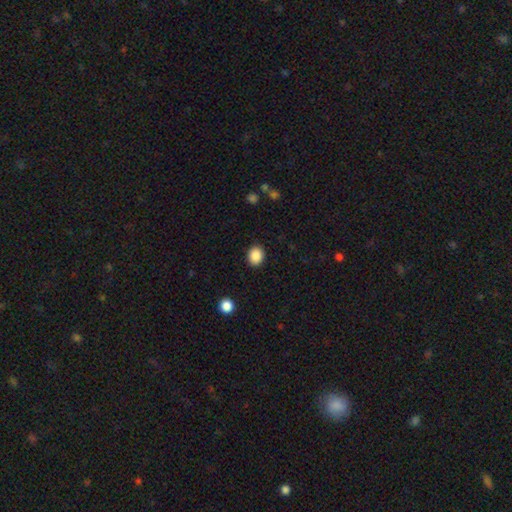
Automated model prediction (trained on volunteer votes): This appears to be a smooth galaxy with no disk features (88%) that is round (63%). Merging: none (90%).